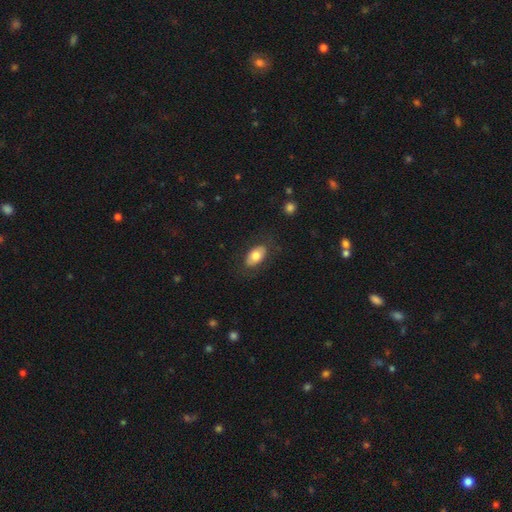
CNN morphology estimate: Q: Smooth or featured?
A: smooth (73%); runner-up: featured or disk (20%)
Q: How rounded?
A: in between (92%); runner-up: round (6%)
Q: Merging?
A: none (80%); runner-up: minor disturbance (13%)